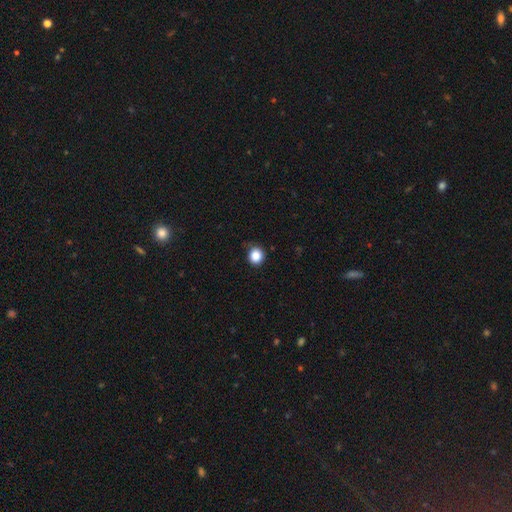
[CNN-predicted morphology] A smooth galaxy with no disk features (86%) that is round (87%).

Vote fractions:
- Smooth or featured? smooth: 86% / star or artifact: 10% / featured or disk: 3%
- How rounded? round: 87% / in between: 12% / cigar-shaped: 1%
- Merging? none: 78% / minor disturbance: 17% / major disturbance: 3% / merger: 1%